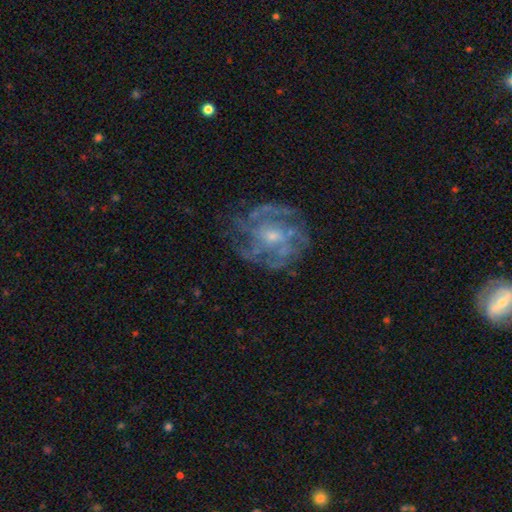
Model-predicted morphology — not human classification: Q: Smooth or featured?
A: featured or disk (72%); runner-up: star or artifact (18%)
Q: Edge-on disk?
A: no (96%); runner-up: yes (4%)
Q: Bar?
A: no (46%); runner-up: weak (40%)
Q: Spiral arms?
A: yes (93%); runner-up: no (7%)
Q: Spiral winding?
A: tight (57%); runner-up: medium (34%)
Q: Spiral arm count?
A: can't tell (29%); runner-up: 3 (23%)
Q: Bulge size?
A: small (54%); runner-up: moderate (40%)
Q: Merging?
A: none (78%); runner-up: minor disturbance (14%)